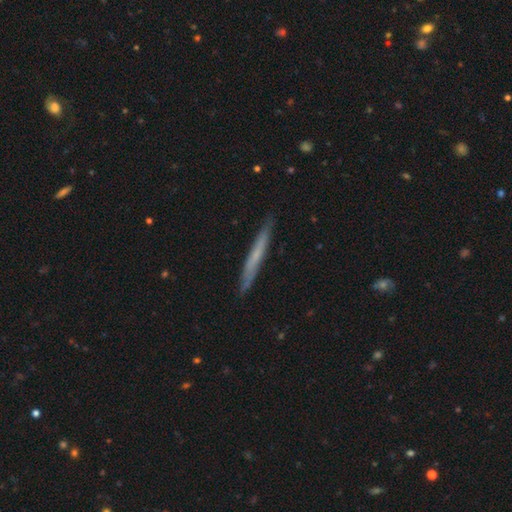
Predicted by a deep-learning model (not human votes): Smooth or featured?
  - smooth: 50% *
  - featured or disk: 44%
  - star or artifact: 6%
How rounded?
  - cigar-shaped: 97% *
  - in between: 2%
  - round: 1%
Merging?
  - none: 88% *
  - minor disturbance: 9%
  - major disturbance: 1%
  - merger: 1%